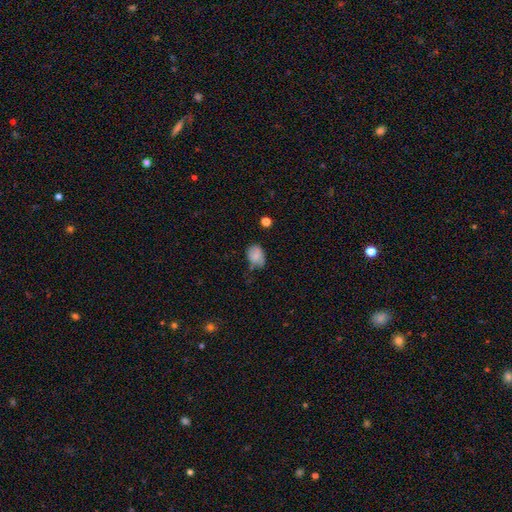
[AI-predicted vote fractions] This appears to be a smooth galaxy with no disk features (79%) that is in between round and cigar-shaped (72%). Merging: none (45%).